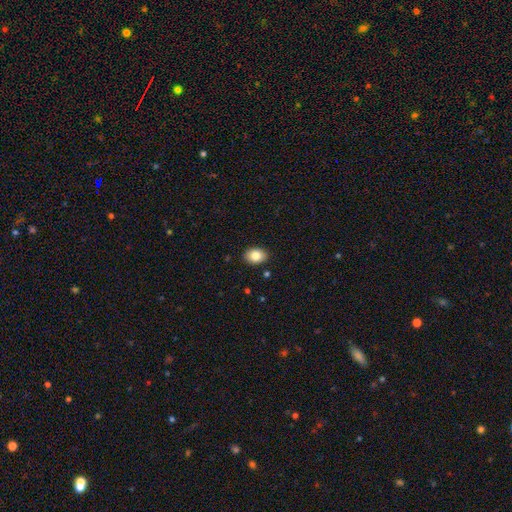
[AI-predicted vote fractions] The model was most divided on "how rounded": in between: 75%, round: 24%, cigar-shaped: 1%. More confident: merging — none (89%); smooth or featured — smooth (83%).